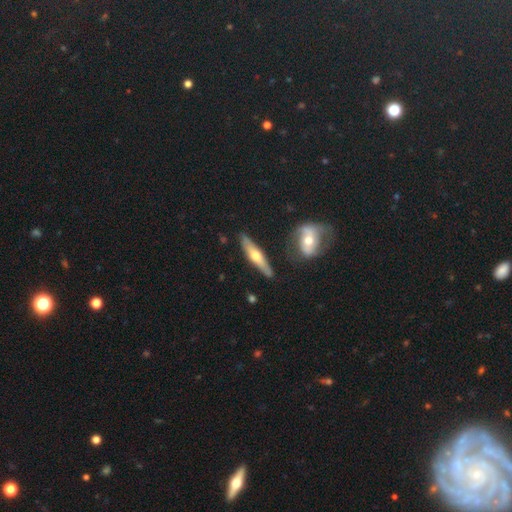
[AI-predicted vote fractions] Smooth or featured? featured or disk (54%)
Edge-on disk? yes (88%)
Merging? none (84%)